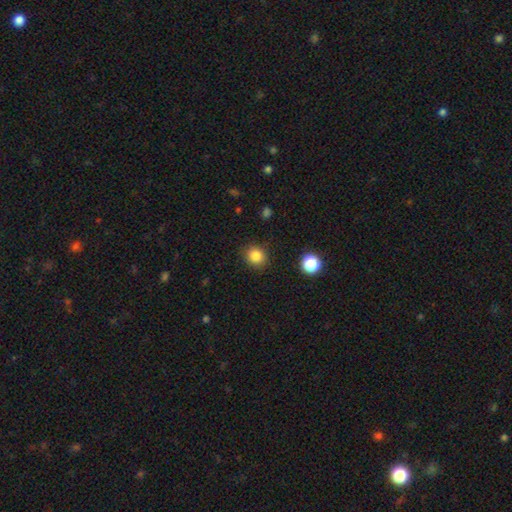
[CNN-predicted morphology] Smooth or featured? Predicted: smooth (p=0.84). How rounded? Predicted: round (p=0.80). Merging? Predicted: none (p=0.88).